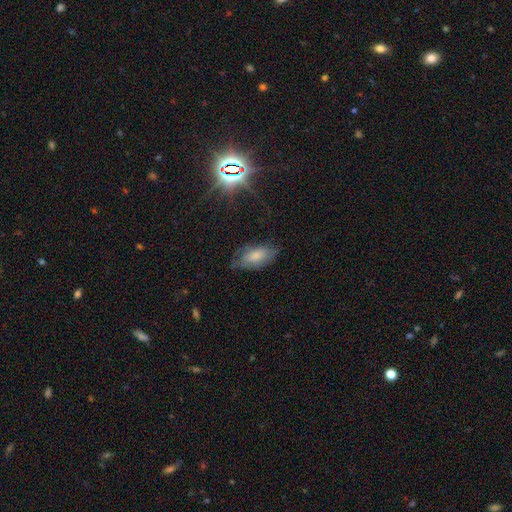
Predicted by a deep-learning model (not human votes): This appears to be a smooth galaxy with no disk features (65%) that is in between round and cigar-shaped (90%). Merging: none (59%).